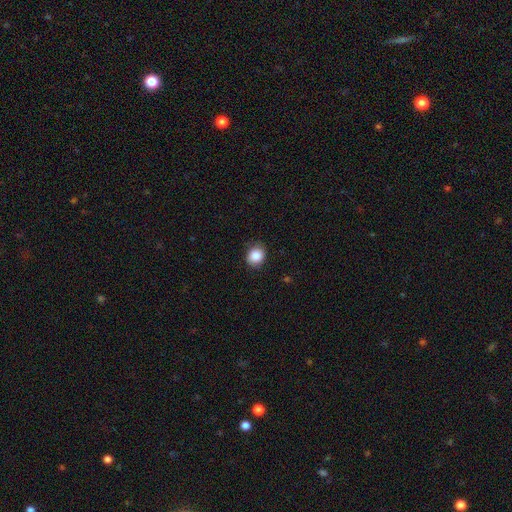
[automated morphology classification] The model was most divided on "how rounded": round: 70%, in between: 29%, cigar-shaped: 1%. More confident: smooth or featured — smooth (87%); merging — none (84%).